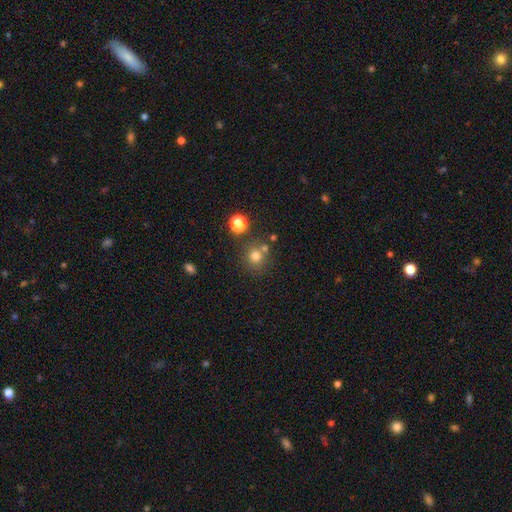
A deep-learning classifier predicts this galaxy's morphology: type=smooth (74%); roundness=round (89%); merging=none (67%).